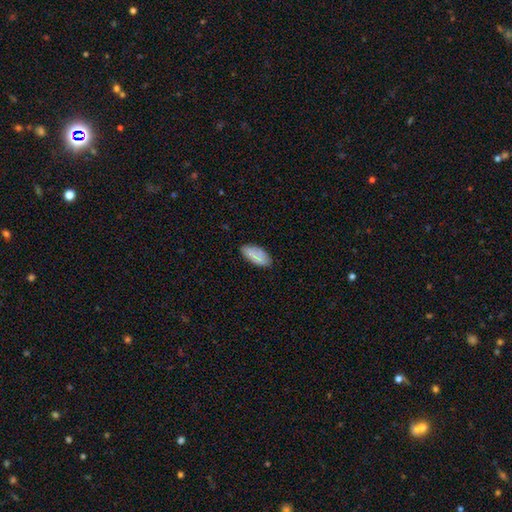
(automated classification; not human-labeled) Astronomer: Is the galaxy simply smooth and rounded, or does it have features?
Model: smooth — 77%.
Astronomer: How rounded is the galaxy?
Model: in between — 89%.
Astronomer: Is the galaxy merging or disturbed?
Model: none — 81%.